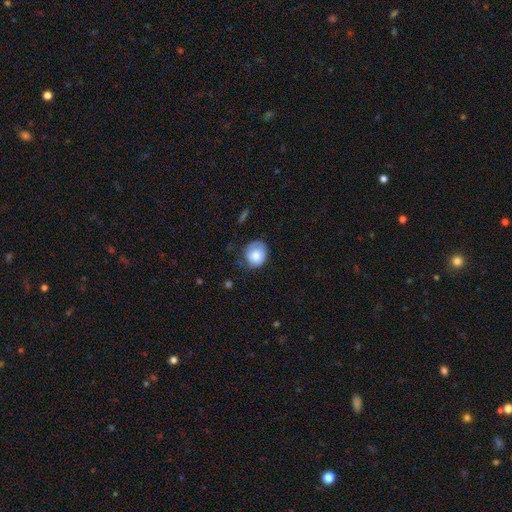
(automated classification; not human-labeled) Smooth or featured? Predicted: smooth (p=0.74). How rounded? Predicted: round (p=0.70). Merging? Predicted: none (p=0.56).